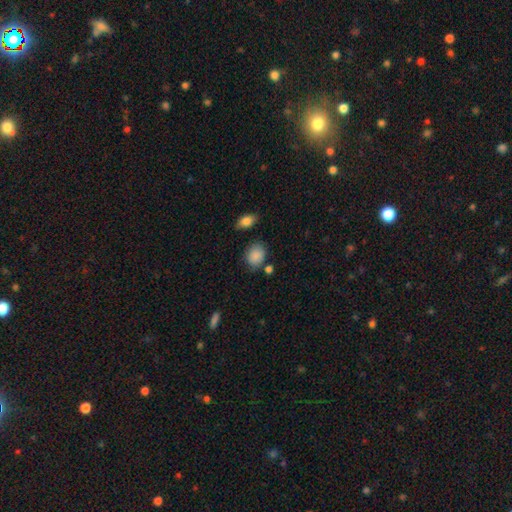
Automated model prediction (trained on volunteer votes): A smooth galaxy with no disk features (87%) that is round (53%).

Vote fractions:
- Smooth or featured? smooth: 87% / star or artifact: 8% / featured or disk: 5%
- How rounded? round: 53% / in between: 46% / cigar-shaped: 1%
- Merging? none: 71% / minor disturbance: 17% / merger: 7% / major disturbance: 5%